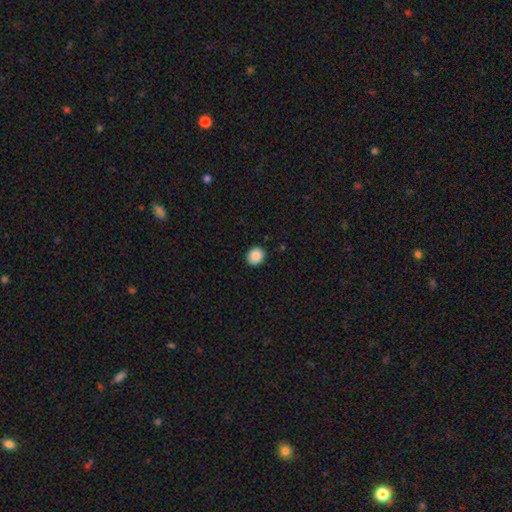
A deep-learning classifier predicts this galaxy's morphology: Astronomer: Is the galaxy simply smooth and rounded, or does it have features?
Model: smooth — 88%.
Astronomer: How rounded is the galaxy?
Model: round — 75%.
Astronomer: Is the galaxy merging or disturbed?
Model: none — 91%.